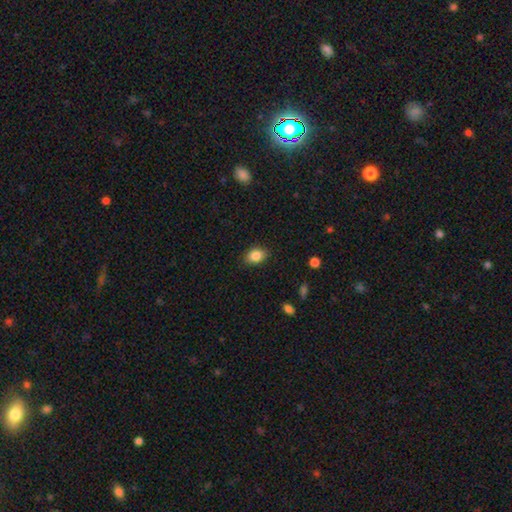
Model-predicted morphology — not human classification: This is clearly a smooth galaxy (86%). How rounded: likely in between (78%). Merging: clearly none (87%).